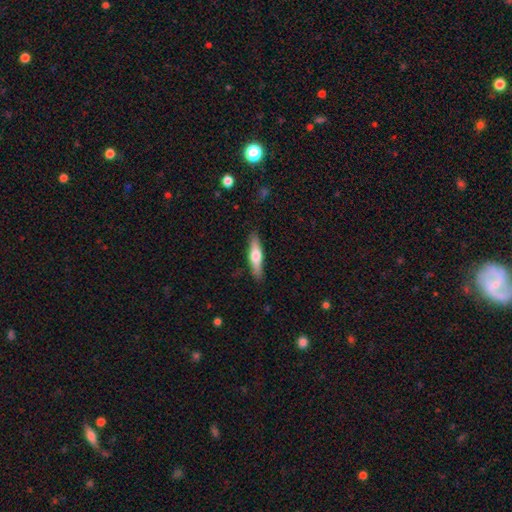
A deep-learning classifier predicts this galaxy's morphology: Smooth or featured?
  - smooth: 52% *
  - featured or disk: 43%
  - star or artifact: 6%
How rounded?
  - cigar-shaped: 75% *
  - in between: 23%
  - round: 2%
Merging?
  - none: 87% *
  - minor disturbance: 9%
  - major disturbance: 2%
  - merger: 1%